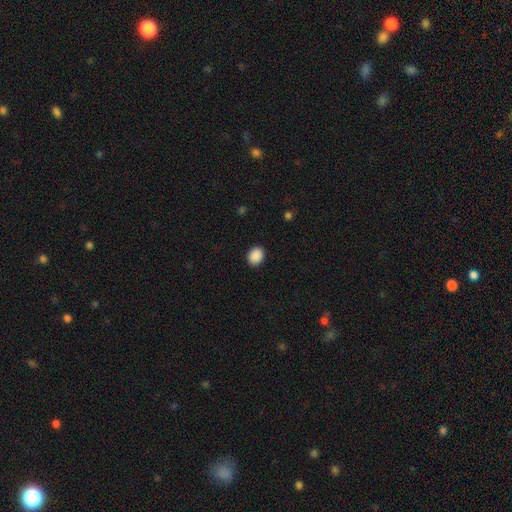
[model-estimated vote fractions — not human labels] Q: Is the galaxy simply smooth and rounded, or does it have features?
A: smooth — 90%.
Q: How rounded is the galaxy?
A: in between — 53%.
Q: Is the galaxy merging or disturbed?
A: none — 90%.